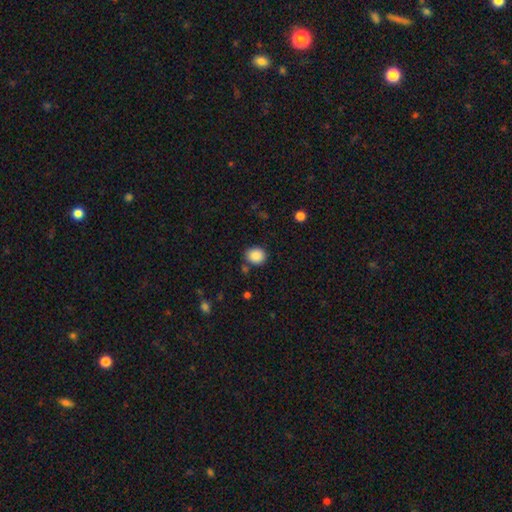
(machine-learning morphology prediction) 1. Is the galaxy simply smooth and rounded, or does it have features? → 88% smooth, 9% star or artifact, 4% featured or disk.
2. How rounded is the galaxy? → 77% round, 22% in between, 1% cigar-shaped.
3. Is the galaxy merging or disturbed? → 81% none, 11% minor disturbance, 5% merger, 3% major disturbance.